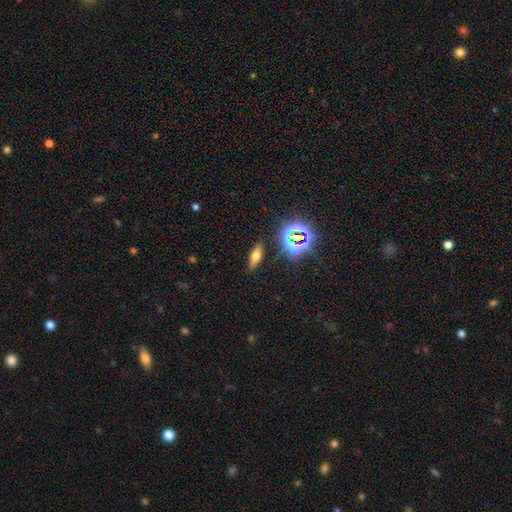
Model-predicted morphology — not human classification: Smooth or featured? Predicted: smooth (p=0.54). How rounded? Predicted: in between (p=0.59). Merging? Predicted: none (p=0.86).